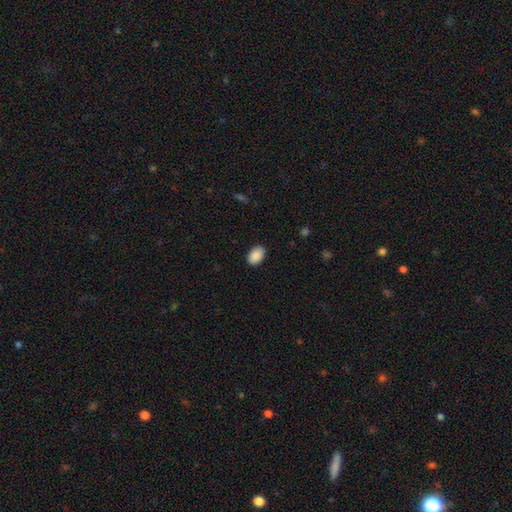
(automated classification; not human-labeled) Smooth or featured?
  - smooth: 90% *
  - star or artifact: 7%
  - featured or disk: 3%
How rounded?
  - in between: 87% *
  - round: 12%
  - cigar-shaped: 1%
Merging?
  - none: 88% *
  - minor disturbance: 9%
  - major disturbance: 2%
  - merger: 1%